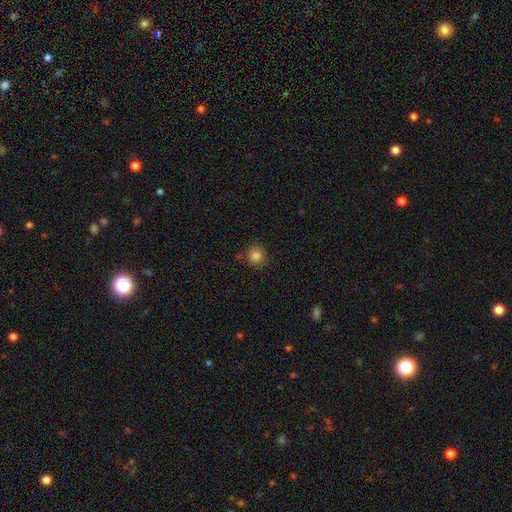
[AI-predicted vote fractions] smooth_or_featured: smooth (p=0.84) [alt: star or artifact p=0.11]
how_rounded: round (p=0.89) [alt: in between p=0.11]
merging: none (p=0.81) [alt: minor disturbance p=0.12]